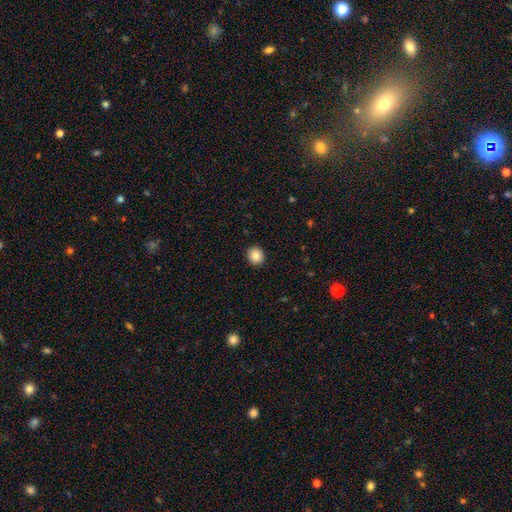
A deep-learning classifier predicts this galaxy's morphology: This appears to be a smooth galaxy with no disk features (86%) that is round (73%). Merging: none (92%).